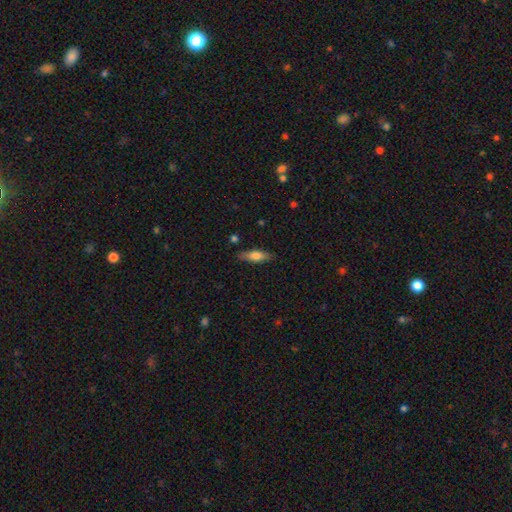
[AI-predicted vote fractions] smooth_or_featured: smooth (p=0.67) [alt: featured or disk p=0.26]
how_rounded: in between (p=0.49) [alt: cigar-shaped p=0.48]
merging: none (p=0.82) [alt: minor disturbance p=0.13]